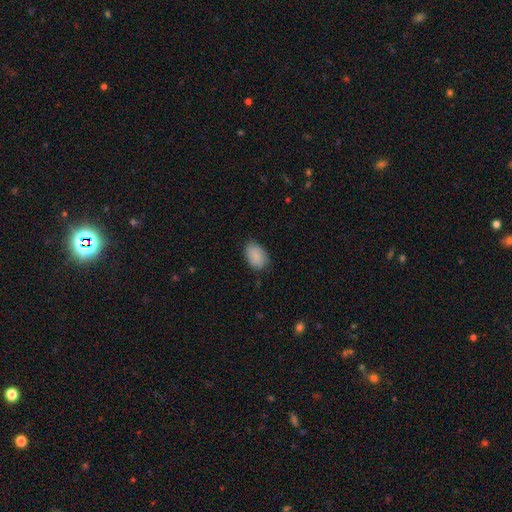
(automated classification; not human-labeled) A smooth galaxy with no disk features (86%) that is in between round and cigar-shaped (85%).

Vote fractions:
- Smooth or featured? smooth: 86% / featured or disk: 8% / star or artifact: 7%
- How rounded? in between: 85% / round: 13% / cigar-shaped: 1%
- Merging? none: 75% / minor disturbance: 20% / major disturbance: 4% / merger: 1%